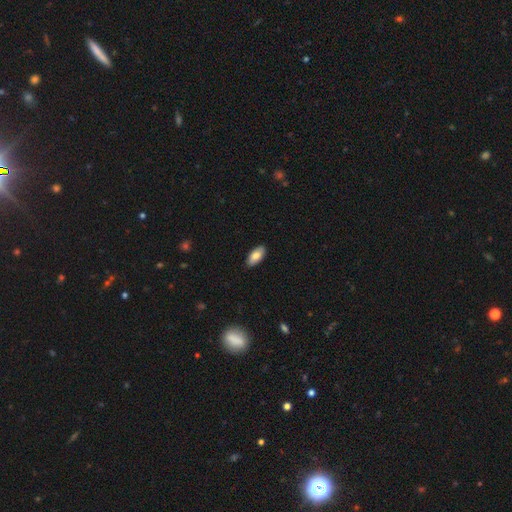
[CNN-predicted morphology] Q: Smooth or featured?
A: smooth (80%); runner-up: featured or disk (14%)
Q: How rounded?
A: in between (91%); runner-up: cigar-shaped (7%)
Q: Merging?
A: none (89%); runner-up: minor disturbance (9%)